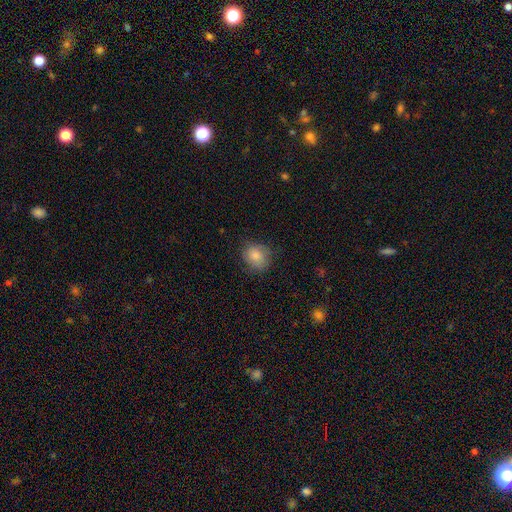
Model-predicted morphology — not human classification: smooth-or-featured: smooth: 83% | featured or disk: 9% | star or artifact: 8%
  how-rounded: round: 63% | in between: 36% | cigar-shaped: 1%
  merging: none: 71% | minor disturbance: 22% | major disturbance: 7% | merger: 1%